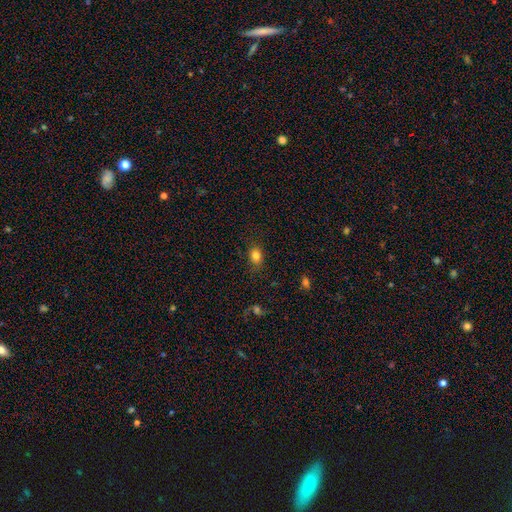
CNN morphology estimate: Smooth or featured: smooth — 82% (star or artifact — 11%)
How rounded: in between — 59% (round — 40%)
Merging: none — 81% (minor disturbance — 14%)